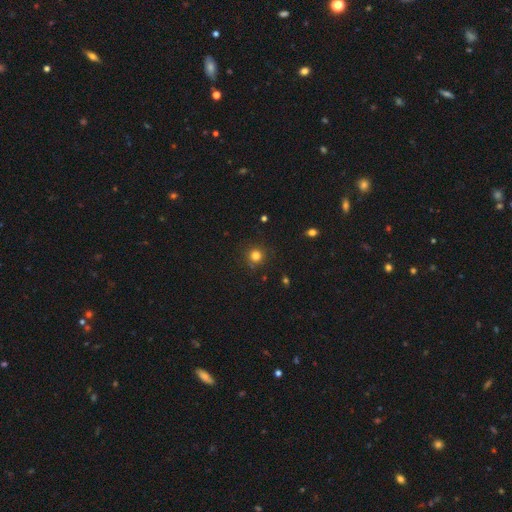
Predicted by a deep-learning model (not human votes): Smooth or featured? smooth (79%)
How rounded? round (93%)
Merging? none (88%)